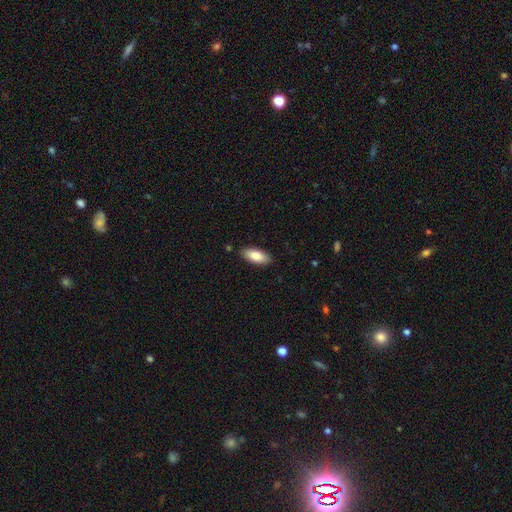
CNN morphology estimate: Smooth or featured? smooth (83%)
How rounded? in between (86%)
Merging? none (88%)